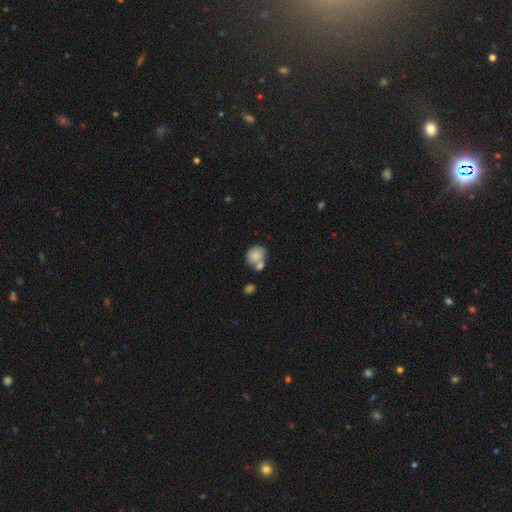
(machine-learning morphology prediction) This is clearly a smooth galaxy (80%). How rounded: likely round (64%). Merging: marginally none (42%).